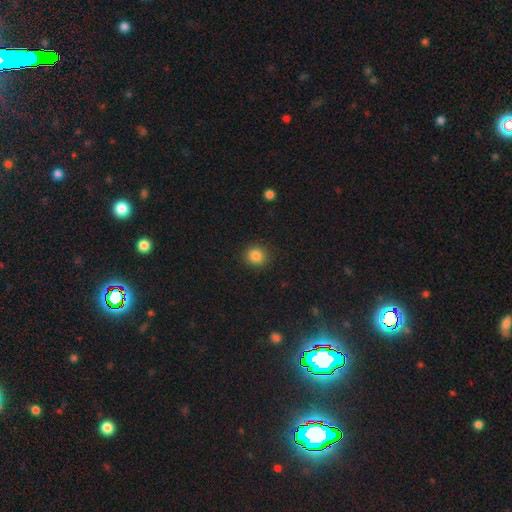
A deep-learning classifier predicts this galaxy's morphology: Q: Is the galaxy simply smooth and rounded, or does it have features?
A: smooth — 84%.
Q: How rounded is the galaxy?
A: round — 87%.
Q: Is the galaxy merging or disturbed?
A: none — 90%.